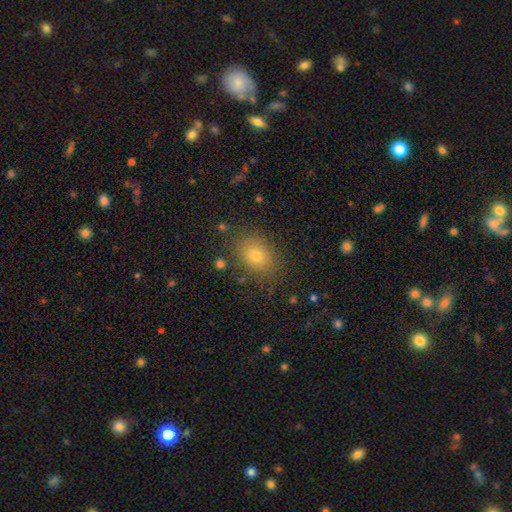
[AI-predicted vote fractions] This is likely a smooth galaxy (75%). How rounded: likely in between (60%). Merging: clearly none (83%).